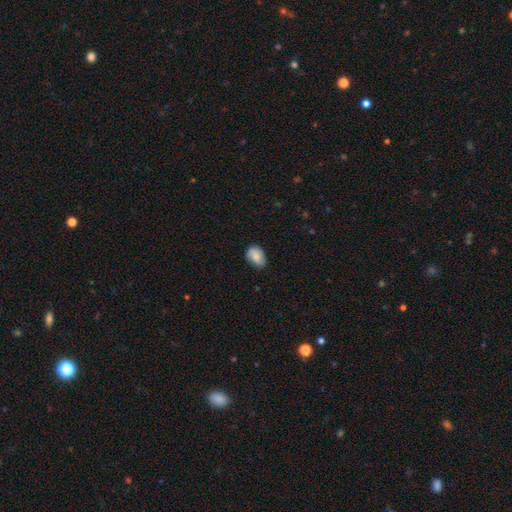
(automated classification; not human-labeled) A smooth galaxy with no disk features (77%) that is in between round and cigar-shaped (76%).

Vote fractions:
- Smooth or featured? smooth: 77% / featured or disk: 15% / star or artifact: 8%
- How rounded? in between: 76% / round: 23% / cigar-shaped: 1%
- Merging? none: 68% / minor disturbance: 25% / major disturbance: 5% / merger: 1%